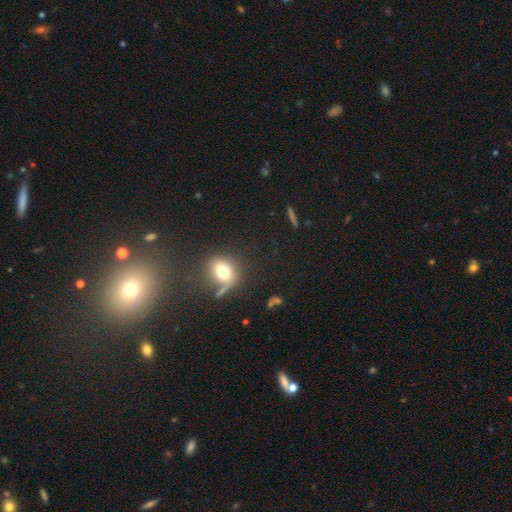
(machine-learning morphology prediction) Smooth or featured: smooth — 45% (star or artifact — 43%)
Merging: none — 73% (merger — 12%)